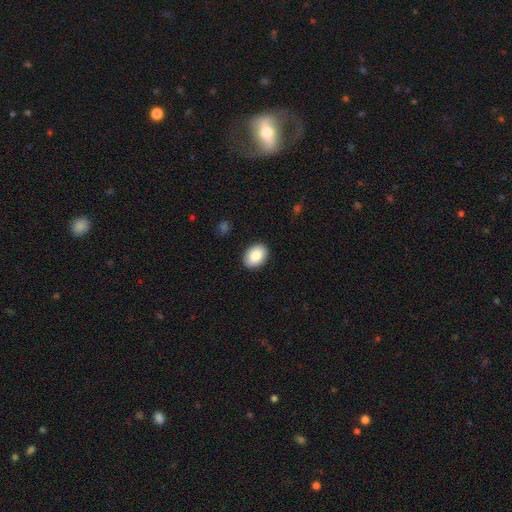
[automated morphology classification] A smooth galaxy with no disk features (86%) that is in between round and cigar-shaped (80%).

Vote fractions:
- Smooth or featured? smooth: 86% / featured or disk: 7% / star or artifact: 7%
- How rounded? in between: 80% / round: 19% / cigar-shaped: 1%
- Merging? none: 90% / minor disturbance: 7% / major disturbance: 2% / merger: 1%